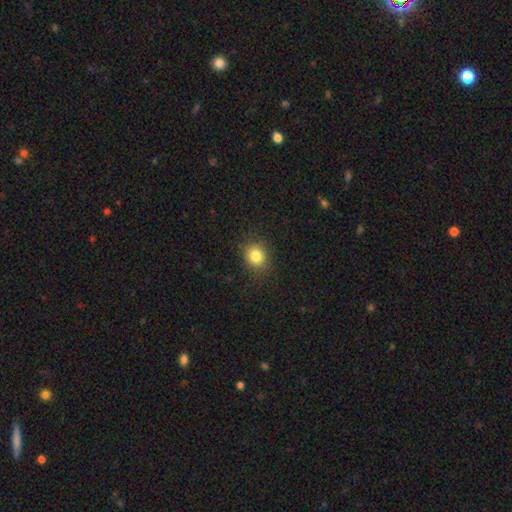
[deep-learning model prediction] Smooth or featured? Predicted: smooth (p=0.83). How rounded? Predicted: round (p=0.75). Merging? Predicted: none (p=0.86).